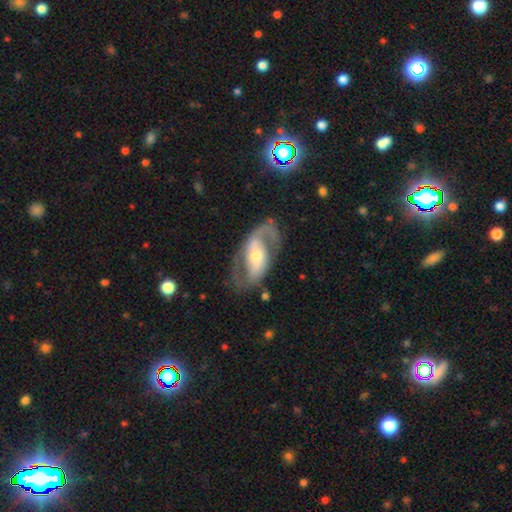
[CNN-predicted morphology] Smooth or featured? featured or disk (84%)
Edge-on disk? no (95%)
Bar? no (34%)
Spiral arms? yes (89%)
Spiral winding? medium (48%)
Spiral arm count? 2 (87%)
Bulge size? moderate (51%)
Merging? none (74%)